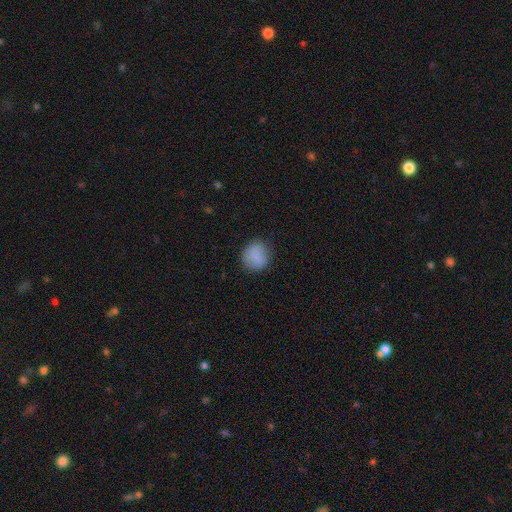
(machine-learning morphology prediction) Smooth or featured?
  - smooth: 85% *
  - star or artifact: 9%
  - featured or disk: 7%
How rounded?
  - round: 81% *
  - in between: 18%
  - cigar-shaped: 1%
Merging?
  - none: 78% *
  - minor disturbance: 16%
  - major disturbance: 5%
  - merger: 1%